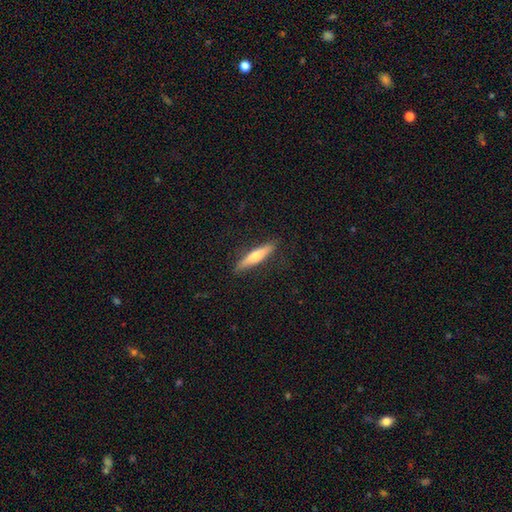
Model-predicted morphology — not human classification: Q: Smooth or featured?
A: smooth (48%); runner-up: featured or disk (46%)
Q: Merging?
A: none (88%); runner-up: minor disturbance (9%)